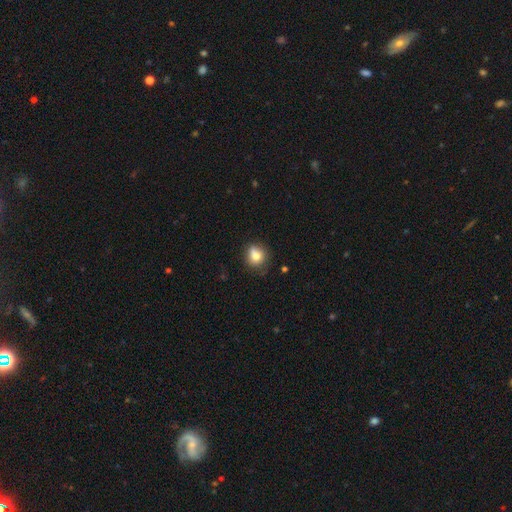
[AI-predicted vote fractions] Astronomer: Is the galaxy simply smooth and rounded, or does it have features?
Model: smooth — 78%.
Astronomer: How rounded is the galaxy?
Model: round — 75%.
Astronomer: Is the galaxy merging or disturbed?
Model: none — 64%.